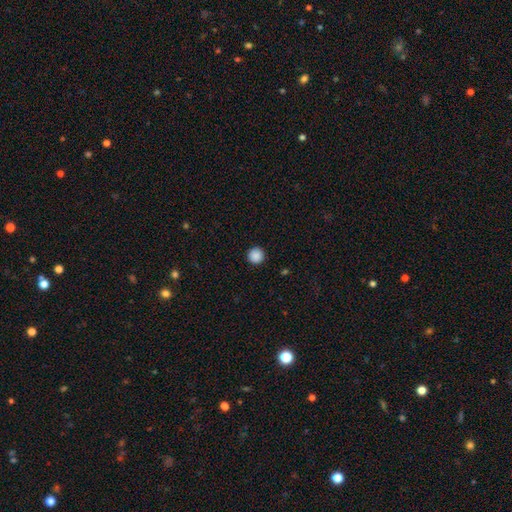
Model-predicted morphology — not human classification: This is clearly a smooth galaxy (89%). How rounded: clearly round (96%). Merging: clearly none (93%).